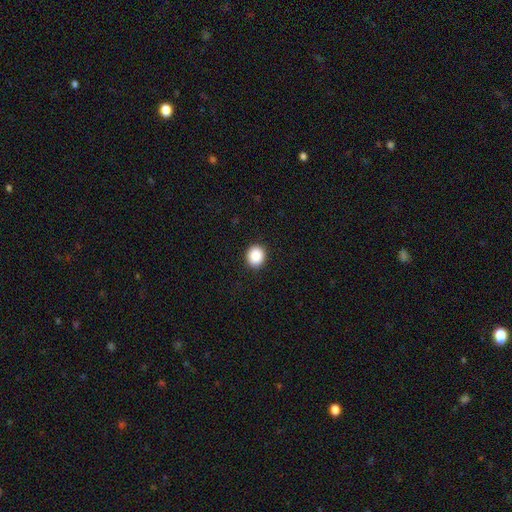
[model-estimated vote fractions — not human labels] smooth_or_featured: smooth (p=0.88) [alt: star or artifact p=0.09]
how_rounded: round (p=0.78) [alt: in between p=0.21]
merging: none (p=0.92) [alt: minor disturbance p=0.06]